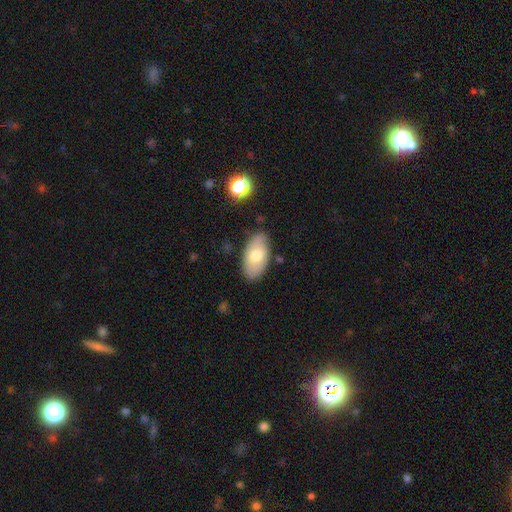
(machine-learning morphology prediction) The model was most divided on "smooth or featured": smooth: 70%, featured or disk: 23%, star or artifact: 7%. More confident: how rounded — in between (94%); merging — none (81%).